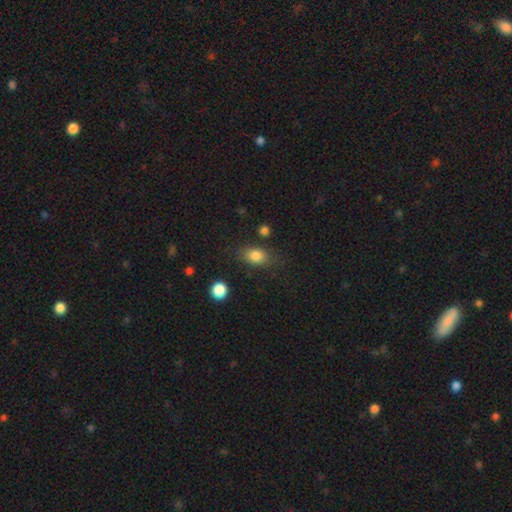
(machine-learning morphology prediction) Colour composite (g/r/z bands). It shows a smooth galaxy with no disk features (83%) that is in between round and cigar-shaped (76%). Merging: none (75%).